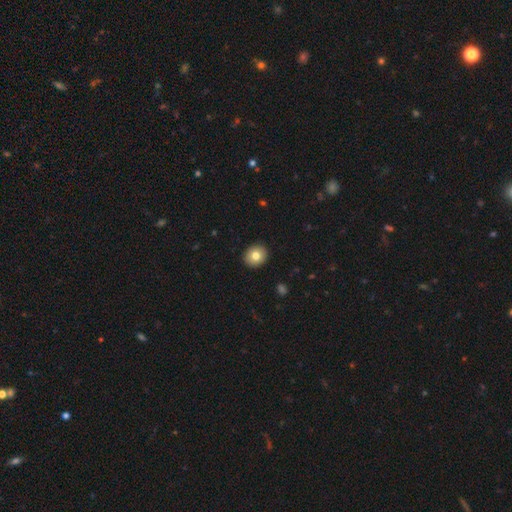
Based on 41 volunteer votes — Smooth or featured? 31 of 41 (76%) said smooth. How rounded? 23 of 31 (74%) said round. Merging? 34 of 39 (87%) said none.